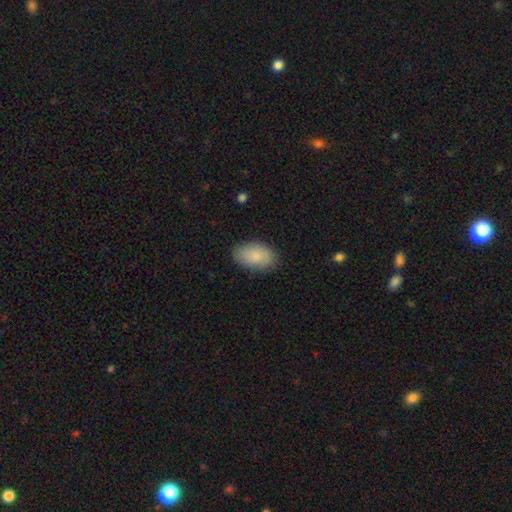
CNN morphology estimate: The model was most divided on "merging": none: 84%, minor disturbance: 12%, major disturbance: 3%, merger: 1%. More confident: how rounded — in between (94%); smooth or featured — smooth (86%).